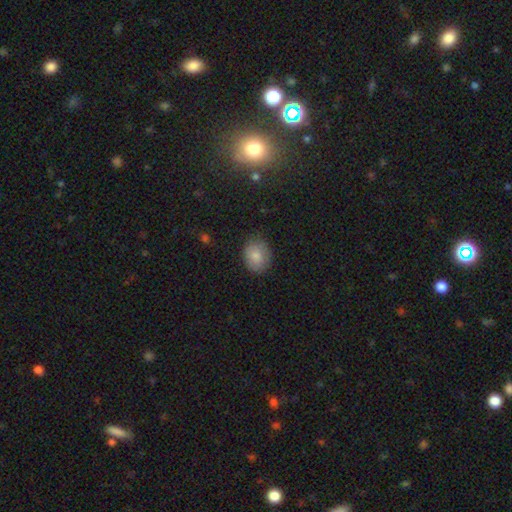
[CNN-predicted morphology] Smooth or featured: smooth — 83% (featured or disk — 9%)
How rounded: round — 58% (in between — 42%)
Merging: none — 78% (minor disturbance — 17%)